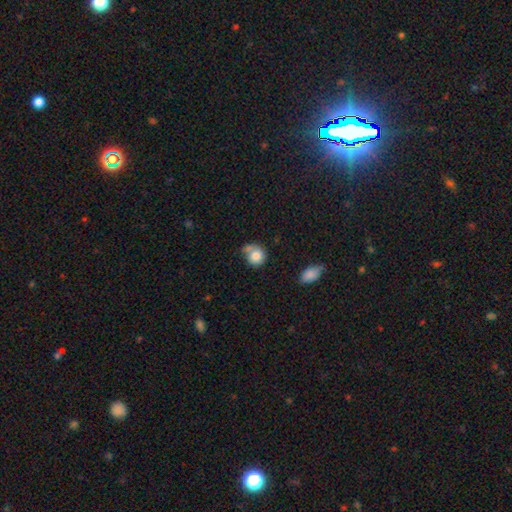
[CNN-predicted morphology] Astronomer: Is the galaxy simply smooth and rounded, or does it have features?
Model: smooth — 80%.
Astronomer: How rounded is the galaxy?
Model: round — 81%.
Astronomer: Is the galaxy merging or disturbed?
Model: none — 46% (runner-up: minor disturbance, 22%).